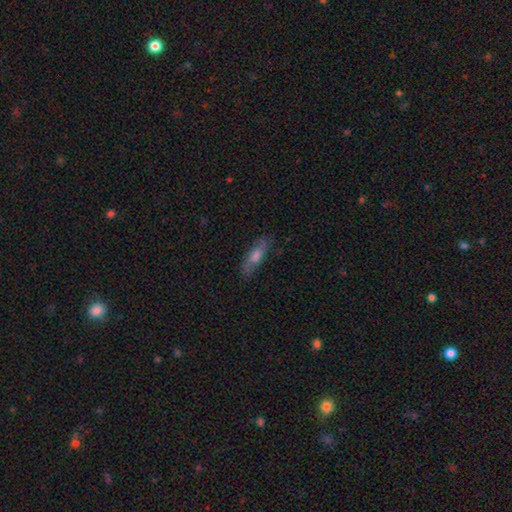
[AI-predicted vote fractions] The model was most divided on "how rounded": cigar-shaped: 51%, in between: 46%, round: 3%. More confident: merging — none (79%); smooth or featured — smooth (50%).